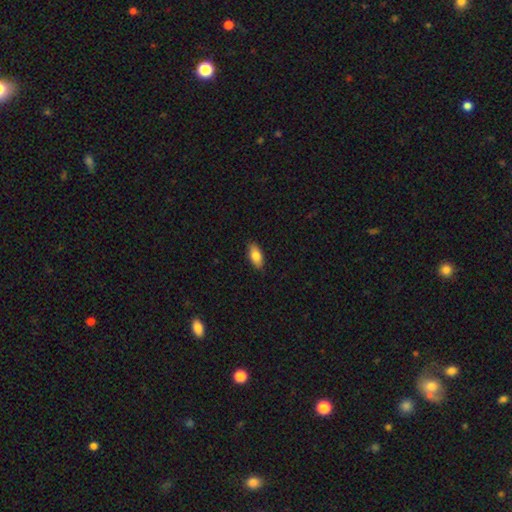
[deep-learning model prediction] Morphology: type=smooth (80%); roundness=in between (87%); merging=none (87%).